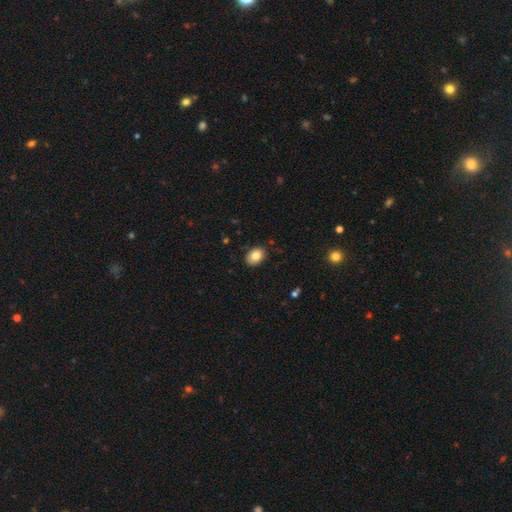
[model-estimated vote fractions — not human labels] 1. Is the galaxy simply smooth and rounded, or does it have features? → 81% smooth, 10% featured or disk, 8% star or artifact.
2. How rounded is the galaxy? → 72% in between, 27% round, 1% cigar-shaped.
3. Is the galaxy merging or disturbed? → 86% none, 11% minor disturbance, 2% major disturbance, 1% merger.